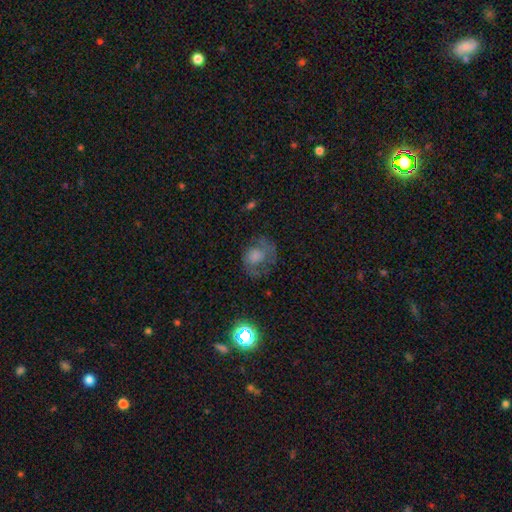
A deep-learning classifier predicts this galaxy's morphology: smooth_or_featured: featured or disk (p=0.44) [alt: smooth p=0.37]
merging: none (p=0.58) [alt: minor disturbance p=0.21]